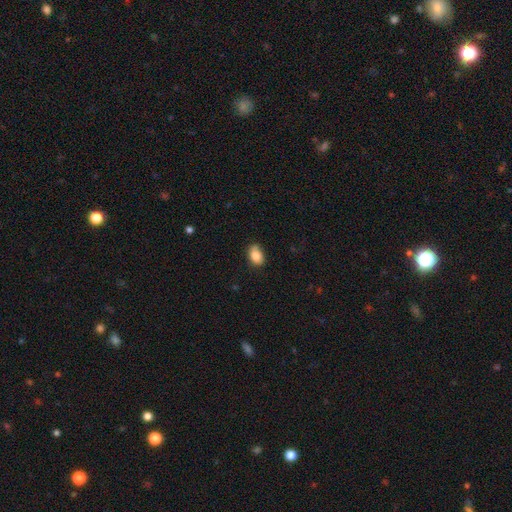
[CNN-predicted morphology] smooth-or-featured: smooth: 86% | star or artifact: 8% | featured or disk: 6%
  how-rounded: in between: 80% | round: 18% | cigar-shaped: 1%
  merging: none: 67% | minor disturbance: 26% | major disturbance: 5% | merger: 2%